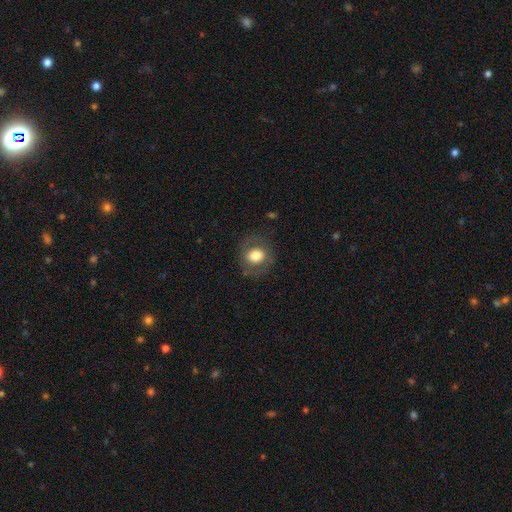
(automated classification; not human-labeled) Smooth or featured?
  - smooth: 70% *
  - featured or disk: 22%
  - star or artifact: 8%
How rounded?
  - round: 75% *
  - in between: 24%
  - cigar-shaped: 1%
Merging?
  - none: 79% *
  - minor disturbance: 12%
  - major disturbance: 7%
  - merger: 1%